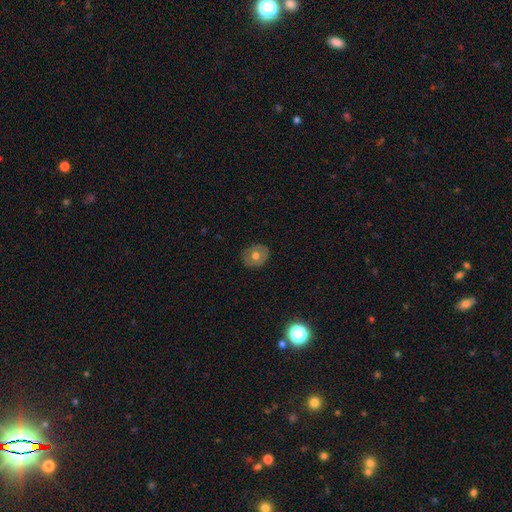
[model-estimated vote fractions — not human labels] Smooth or featured? Predicted: smooth (p=0.57). How rounded? Predicted: round (p=0.64). Merging? Predicted: none (p=0.83).